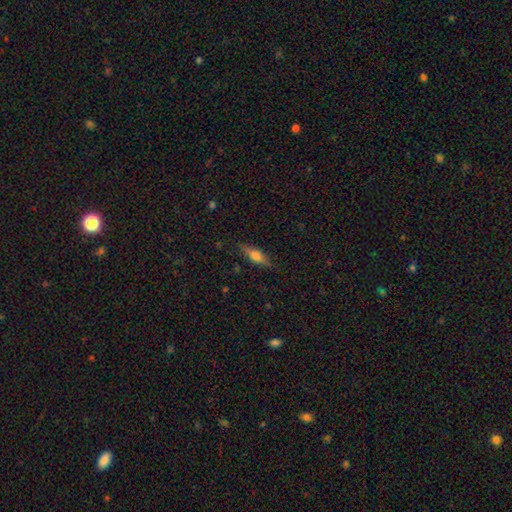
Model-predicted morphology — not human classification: This appears to be a smooth galaxy with no disk features (56%) that is in between round and cigar-shaped (49%). Merging: none (84%).